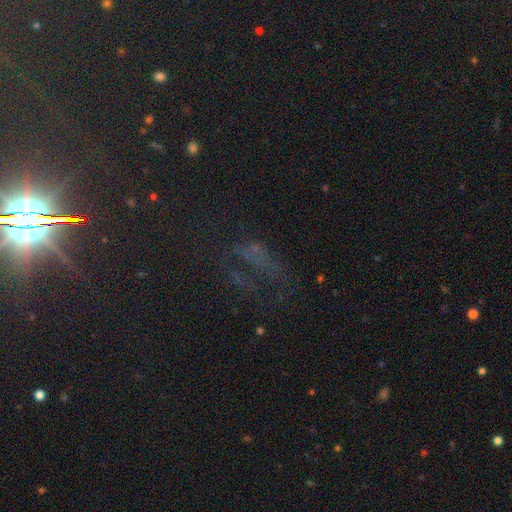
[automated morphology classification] This appears to be a star or artifact, not a galaxy (46%).